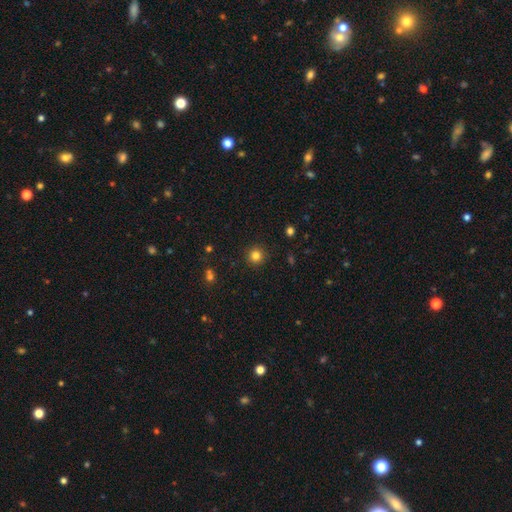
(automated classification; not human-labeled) Smooth or featured? Predicted: smooth (p=0.82). How rounded? Predicted: round (p=0.94). Merging? Predicted: none (p=0.92).